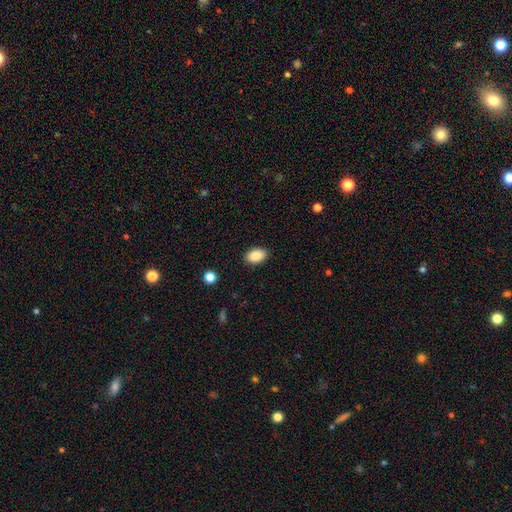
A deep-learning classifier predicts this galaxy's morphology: A smooth galaxy with no disk features (85%) that is in between round and cigar-shaped (85%).

Vote fractions:
- Smooth or featured? smooth: 85% / star or artifact: 8% / featured or disk: 7%
- How rounded? in between: 85% / round: 13% / cigar-shaped: 1%
- Merging? none: 89% / minor disturbance: 8% / major disturbance: 2% / merger: 1%